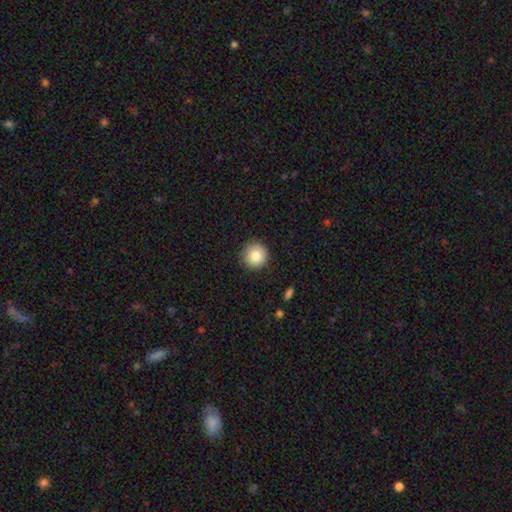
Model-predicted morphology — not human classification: Smooth or featured: smooth — 84% (star or artifact — 9%)
How rounded: round — 94% (in between — 5%)
Merging: none — 88% (minor disturbance — 9%)